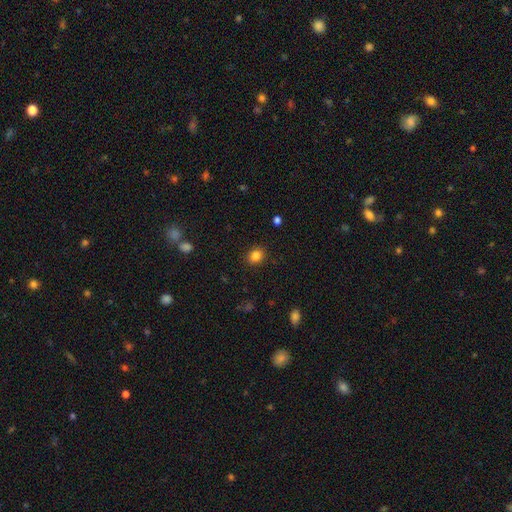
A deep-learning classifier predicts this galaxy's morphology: This is clearly a smooth galaxy (85%). How rounded: possibly round (58%). Merging: clearly none (89%).